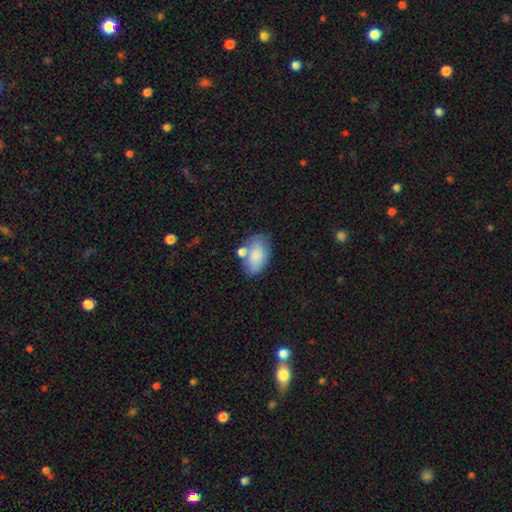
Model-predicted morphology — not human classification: type=smooth (82%); roundness=in between (92%); merging=none (56%).